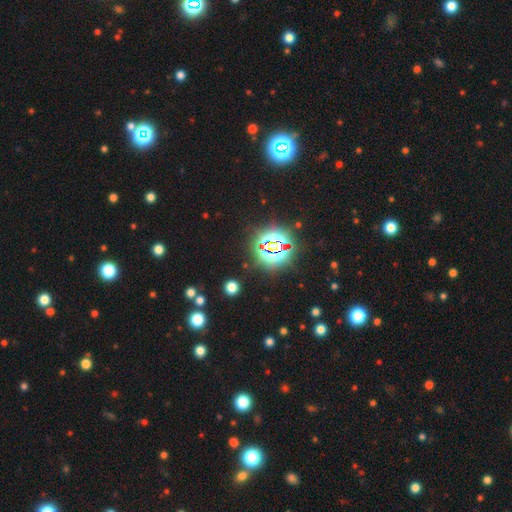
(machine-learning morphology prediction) A star or artifact, not a galaxy (82%).

Vote fractions:
- Smooth or featured? star or artifact: 82% / smooth: 11% / featured or disk: 7%